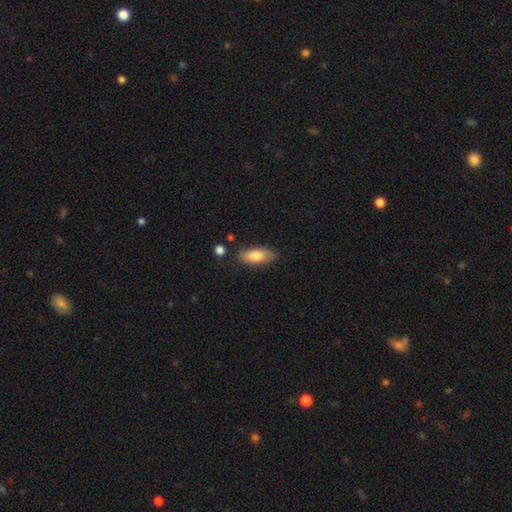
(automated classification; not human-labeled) A smooth galaxy with no disk features (79%) that is in between round and cigar-shaped (78%). Merging: none (80%).